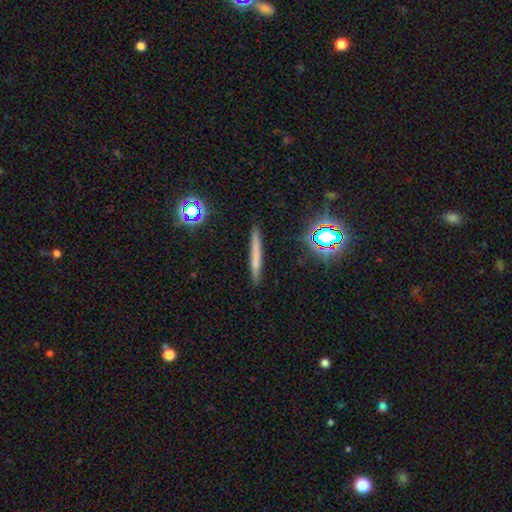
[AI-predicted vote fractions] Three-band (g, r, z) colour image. It shows a smooth galaxy with no disk features (56%) that is cigar-shaped (94%). Merging: none (90%).